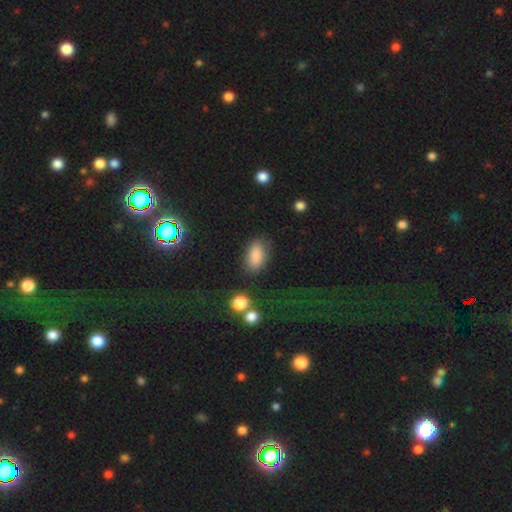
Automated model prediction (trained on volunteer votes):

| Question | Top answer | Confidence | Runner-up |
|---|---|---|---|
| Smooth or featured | smooth | 86% | star or artifact (9%) |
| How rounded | in between | 90% | round (6%) |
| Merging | none | 75% | minor disturbance (16%) |